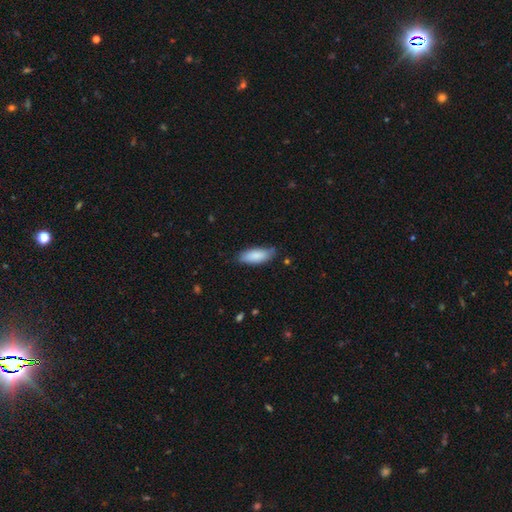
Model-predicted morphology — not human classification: Smooth or featured? Predicted: smooth (p=0.86). How rounded? Predicted: in between (p=0.78). Merging? Predicted: none (p=0.74).